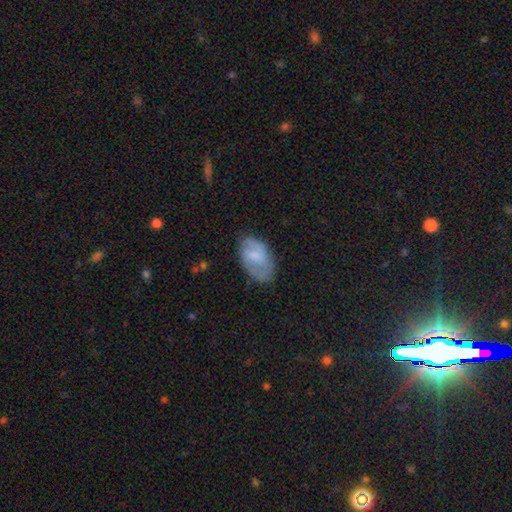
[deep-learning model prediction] smooth-or-featured: smooth: 53% | featured or disk: 40% | star or artifact: 7%
  how-rounded: in between: 92% | round: 6% | cigar-shaped: 2%
  merging: none: 68% | minor disturbance: 23% | major disturbance: 7% | merger: 1%